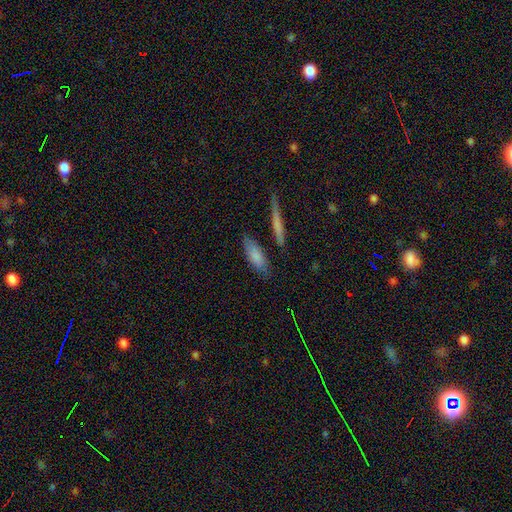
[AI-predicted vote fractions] A smooth galaxy with no disk features (78%) that is in between round and cigar-shaped (63%).

Vote fractions:
- Smooth or featured? smooth: 78% / featured or disk: 15% / star or artifact: 7%
- How rounded? in between: 63% / cigar-shaped: 34% / round: 3%
- Merging? none: 74% / minor disturbance: 16% / merger: 6% / major disturbance: 4%